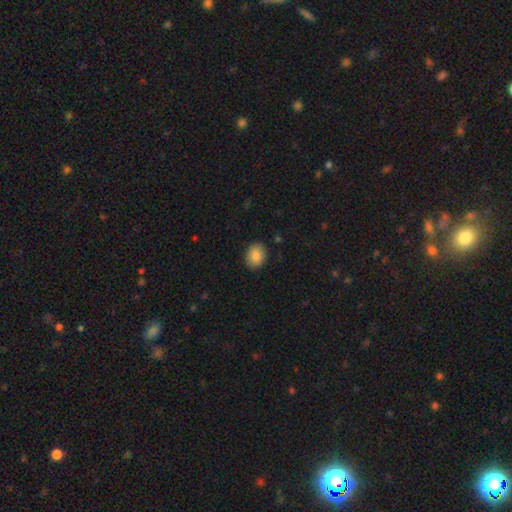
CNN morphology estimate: smooth 86%, star or artifact 8%, featured or disk 6%. Down the decision tree: how rounded — in between (58%); merging — none (88%).